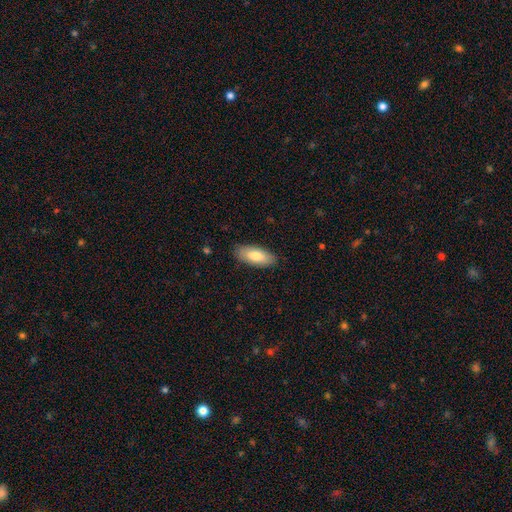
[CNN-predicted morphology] Smooth or featured? smooth (80%)
How rounded? in between (81%)
Merging? none (87%)